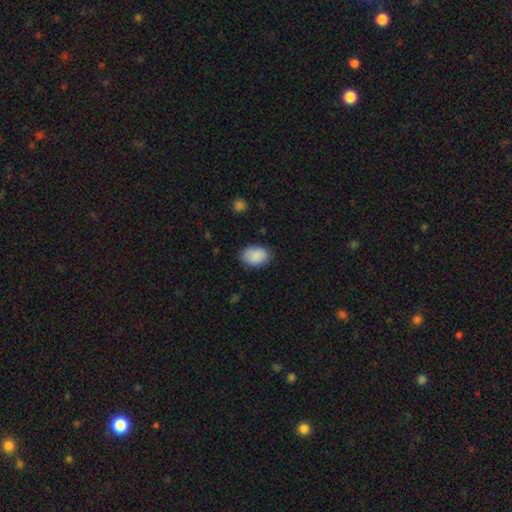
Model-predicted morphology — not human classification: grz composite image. It shows a smooth galaxy with no disk features (89%) that is in between round and cigar-shaped (87%). Merging: none (83%).